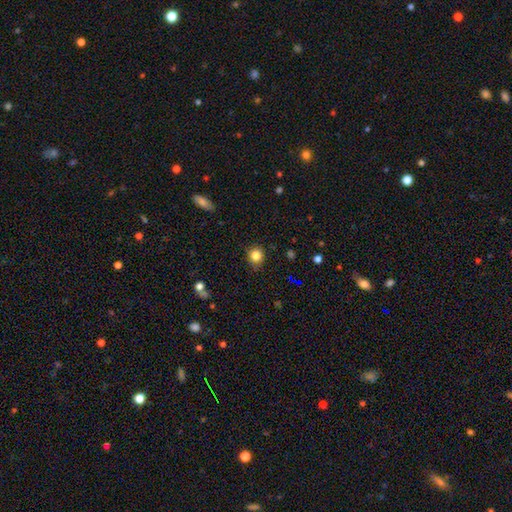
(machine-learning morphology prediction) Smooth or featured? smooth (82%)
How rounded? round (85%)
Merging? none (87%)